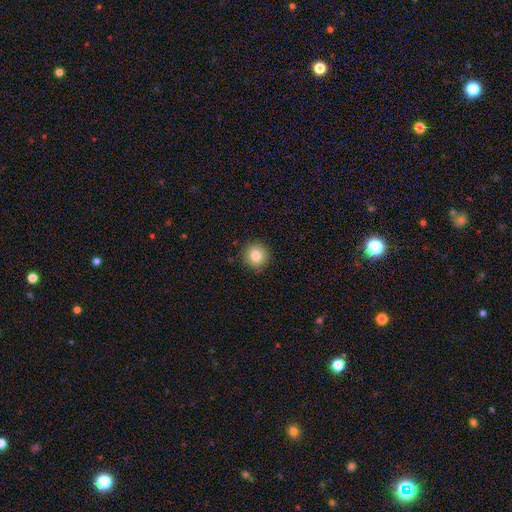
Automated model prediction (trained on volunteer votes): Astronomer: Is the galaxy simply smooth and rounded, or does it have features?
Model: smooth — 83%.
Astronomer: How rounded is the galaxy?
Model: round — 92%.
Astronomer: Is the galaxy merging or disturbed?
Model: none — 90%.